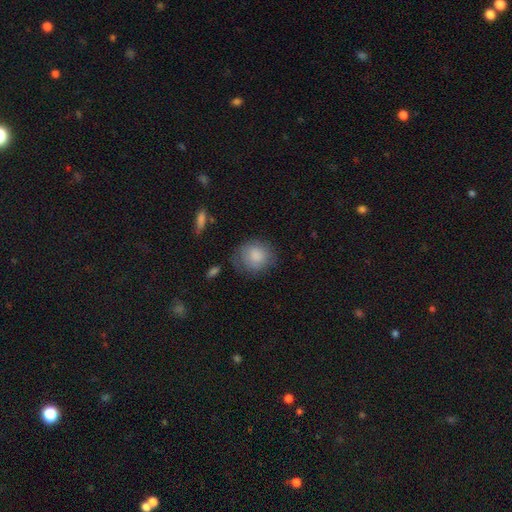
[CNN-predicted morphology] This is clearly a smooth galaxy (83%). How rounded: likely round (80%). Merging: likely none (69%).